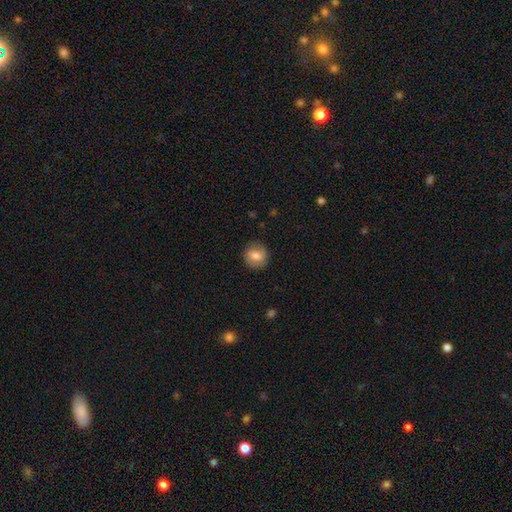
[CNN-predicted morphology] Smooth or featured? Predicted: smooth (p=0.73). How rounded? Predicted: round (p=0.86). Merging? Predicted: none (p=0.85).